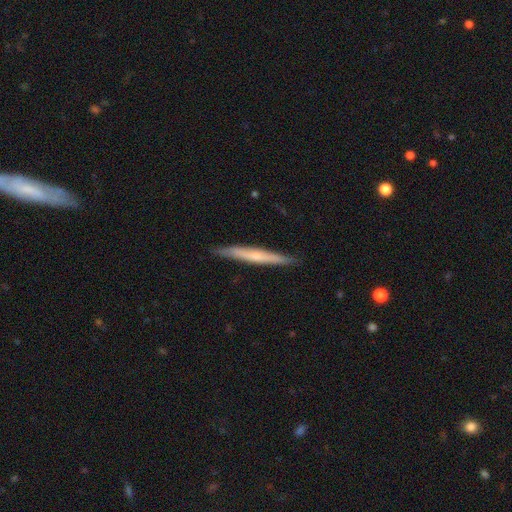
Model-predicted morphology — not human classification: type=featured or disk (50%); edge-on=yes (95%); merging=none (90%).